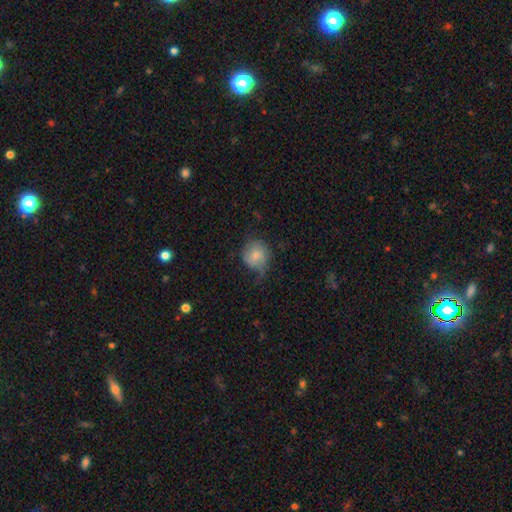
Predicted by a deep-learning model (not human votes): This is likely a smooth galaxy (65%). How rounded: likely round (79%). Merging: marginally none (41%).